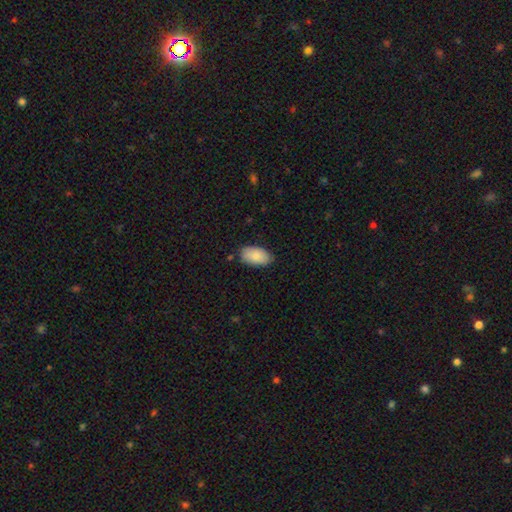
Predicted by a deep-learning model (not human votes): Smooth or featured? Predicted: smooth (p=0.85). How rounded? Predicted: in between (p=0.95). Merging? Predicted: none (p=0.79).